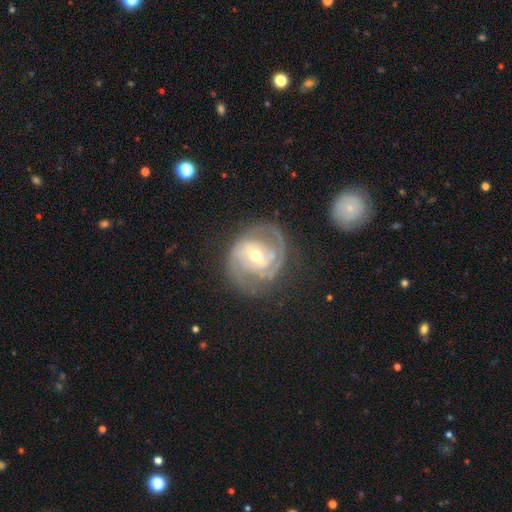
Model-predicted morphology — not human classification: type=featured or disk (86%); edge-on=no (97%); bar=weak (45%); spiral arms=yes (93%); winding=tight (57%); arm count=2 (59%); bulge=moderate (66%); merging=none (68%).